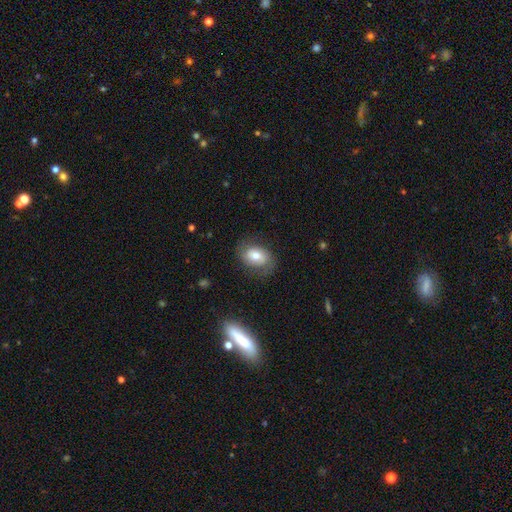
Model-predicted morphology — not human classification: Smooth or featured? smooth (66%)
How rounded? in between (78%)
Merging? none (71%)